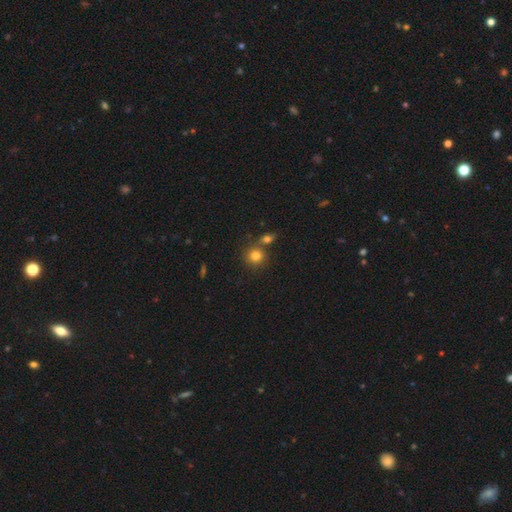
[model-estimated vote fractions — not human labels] Smooth or featured: smooth — 81% (star or artifact — 12%)
How rounded: round — 86% (in between — 12%)
Merging: none — 63% (merger — 25%)